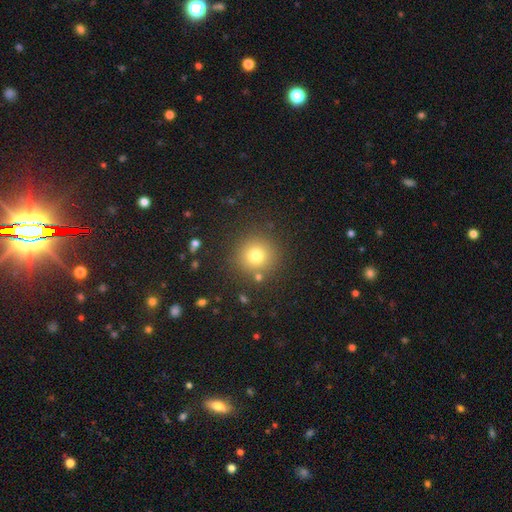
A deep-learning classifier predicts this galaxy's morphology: smooth 76%, star or artifact 15%, featured or disk 9%. Down the decision tree: how rounded — round (94%); merging — none (87%).